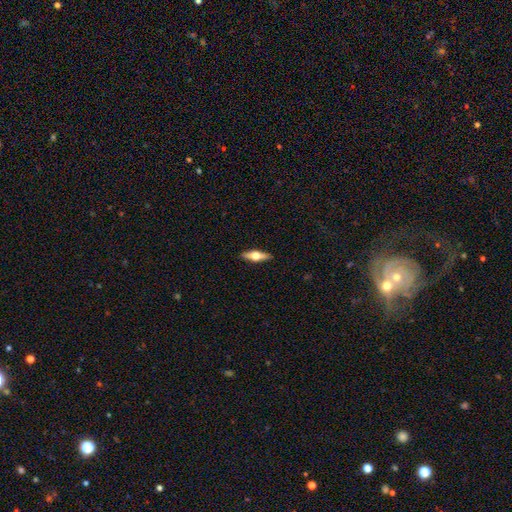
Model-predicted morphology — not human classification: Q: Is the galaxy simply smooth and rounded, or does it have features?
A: featured or disk — 59%.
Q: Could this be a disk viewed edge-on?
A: yes — 94%.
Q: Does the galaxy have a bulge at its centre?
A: rounded — 96%.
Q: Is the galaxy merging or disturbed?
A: none — 91%.